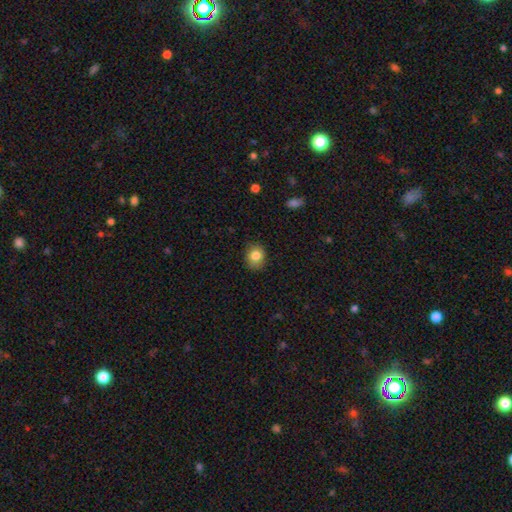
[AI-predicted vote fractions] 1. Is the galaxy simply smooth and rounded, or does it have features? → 83% smooth, 10% star or artifact, 7% featured or disk.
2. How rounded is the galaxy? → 68% round, 31% in between, 1% cigar-shaped.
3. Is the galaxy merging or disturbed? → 82% none, 15% minor disturbance, 3% major disturbance, 1% merger.